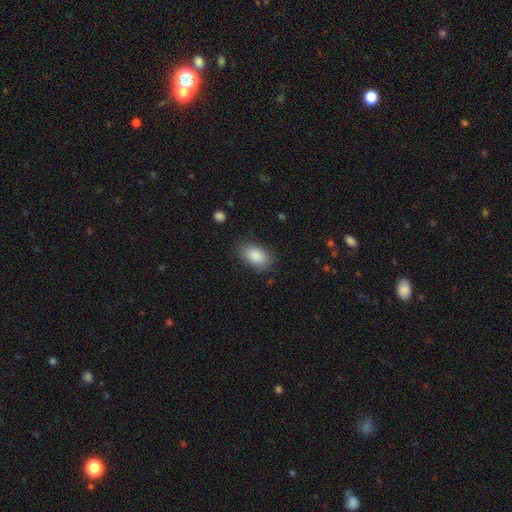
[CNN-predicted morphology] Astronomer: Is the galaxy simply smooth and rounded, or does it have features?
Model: smooth — 87%.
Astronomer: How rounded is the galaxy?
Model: in between — 90%.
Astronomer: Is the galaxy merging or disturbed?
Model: none — 81%.